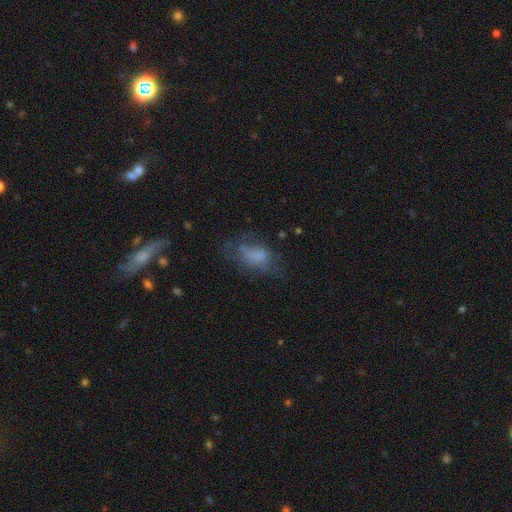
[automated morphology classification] smooth_or_featured: smooth (p=0.62) [alt: featured or disk p=0.26]
how_rounded: in between (p=0.85) [alt: round p=0.11]
merging: none (p=0.40) [alt: major disturbance p=0.30]